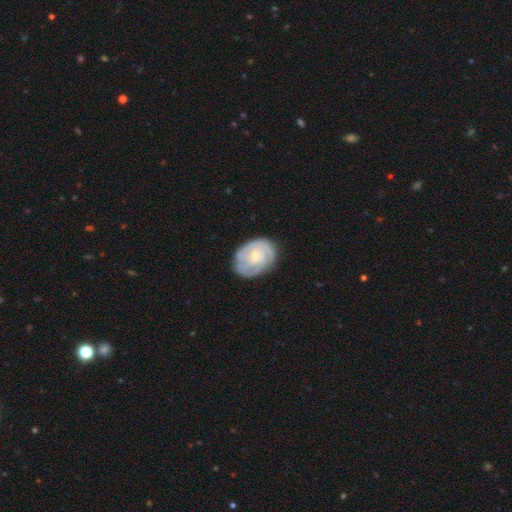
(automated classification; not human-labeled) Morphology: type=featured or disk (71%); edge-on=no (97%); bar=no (68%); spiral arms=yes (86%); winding=tight (68%); arm count=can't tell (43%); bulge=small (62%); merging=none (72%).